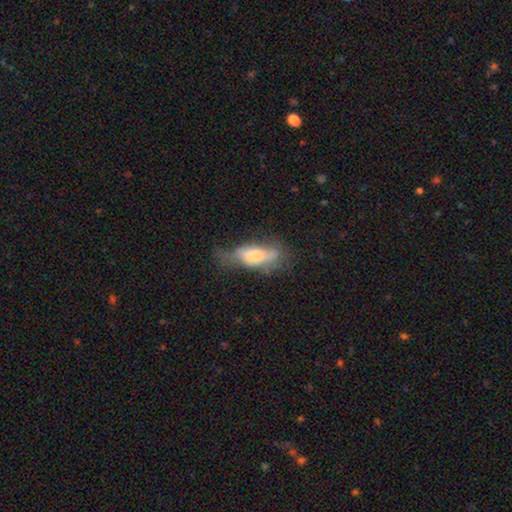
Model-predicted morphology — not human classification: Smooth or featured? Predicted: smooth (p=0.58). How rounded? Predicted: in between (p=0.71). Merging? Predicted: none (p=0.38).